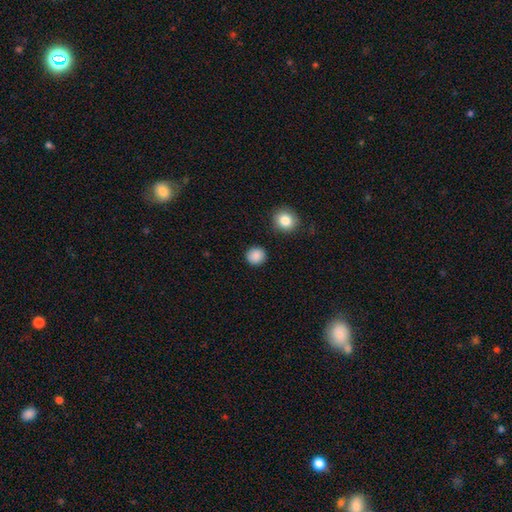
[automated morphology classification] This is clearly a smooth galaxy (88%). How rounded: clearly round (91%). Merging: clearly none (89%).